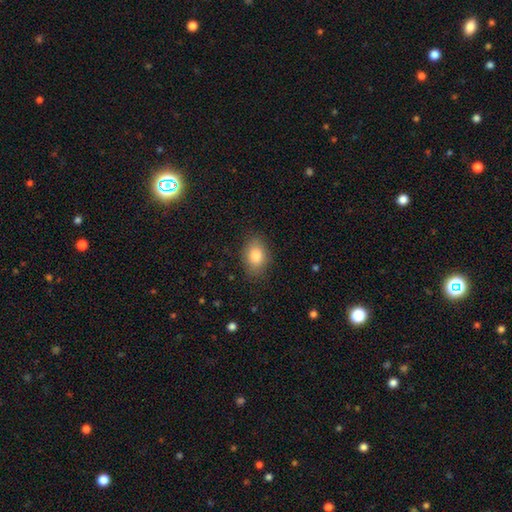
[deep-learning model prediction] smooth_or_featured: smooth (p=0.84) [alt: star or artifact p=0.08]
how_rounded: in between (p=0.81) [alt: round p=0.18]
merging: none (p=0.83) [alt: minor disturbance p=0.12]